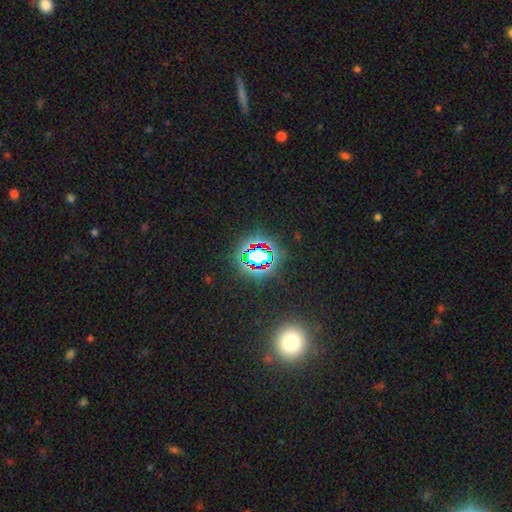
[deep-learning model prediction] smooth-or-featured: star or artifact: 75% | smooth: 18% | featured or disk: 7%